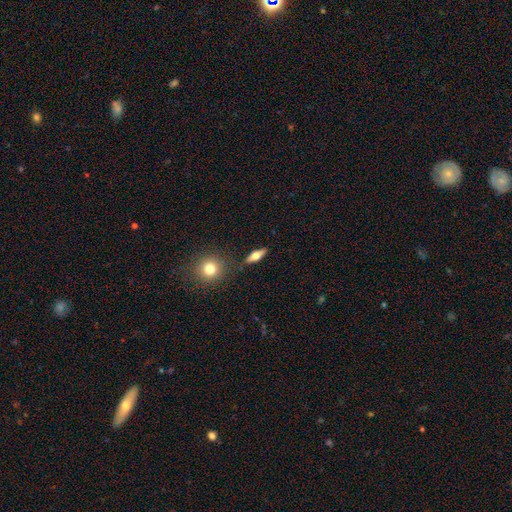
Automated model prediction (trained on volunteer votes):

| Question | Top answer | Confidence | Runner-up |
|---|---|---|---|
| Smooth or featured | smooth | 47% | featured or disk (45%) |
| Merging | none | 84% | minor disturbance (9%) |